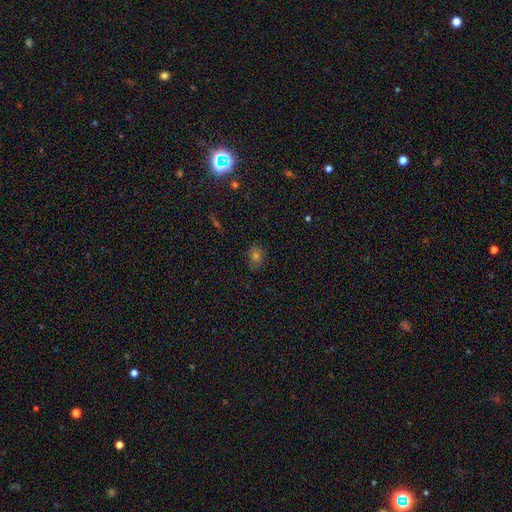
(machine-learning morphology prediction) This appears to be a smooth galaxy with no disk features (56%) that is round (50%). Merging: none (80%).